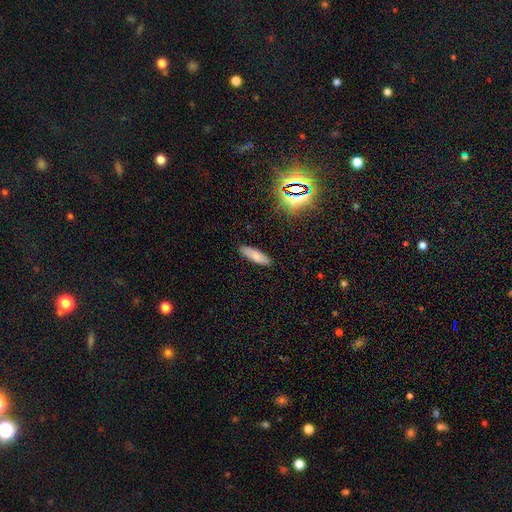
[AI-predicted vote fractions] Smooth or featured? smooth (78%)
How rounded? cigar-shaped (51%)
Merging? none (88%)